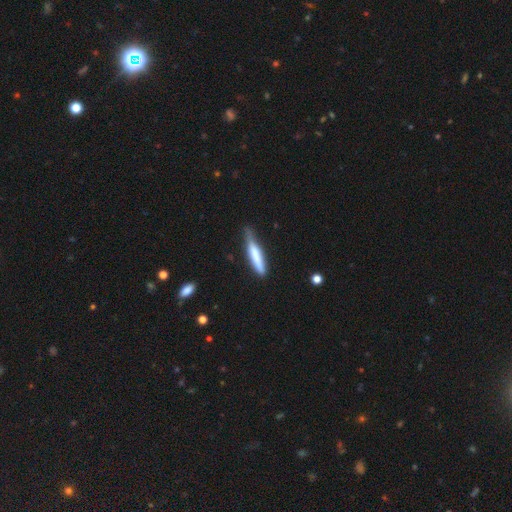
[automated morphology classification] This is likely a smooth galaxy (68%). How rounded: clearly cigar-shaped (88%). Merging: possibly none (55%).